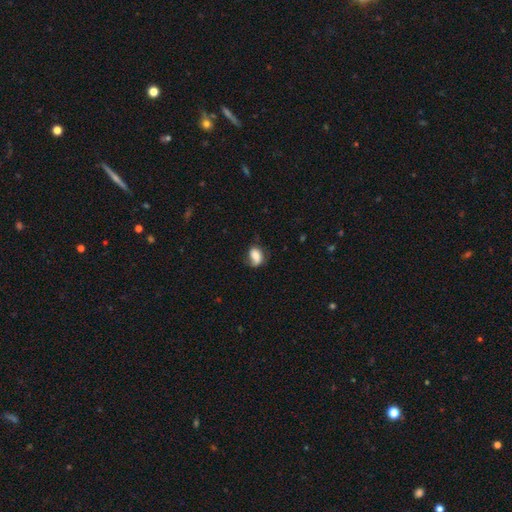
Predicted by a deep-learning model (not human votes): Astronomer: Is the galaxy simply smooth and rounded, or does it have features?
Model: smooth — 69%.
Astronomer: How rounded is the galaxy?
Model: in between — 82%.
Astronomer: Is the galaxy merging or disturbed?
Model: none — 52% (runner-up: minor disturbance, 30%).